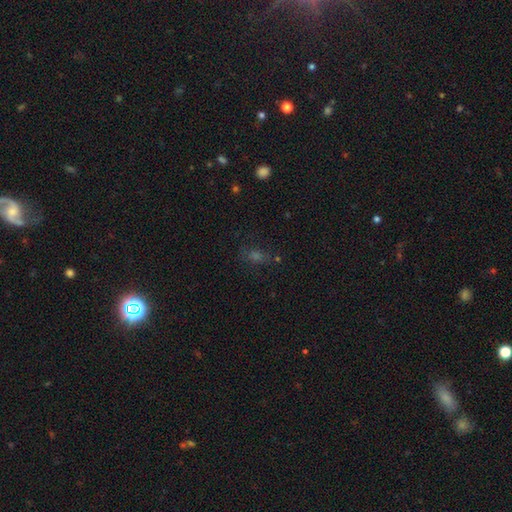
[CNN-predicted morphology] smooth-or-featured: star or artifact: 44% | smooth: 40% | featured or disk: 16%